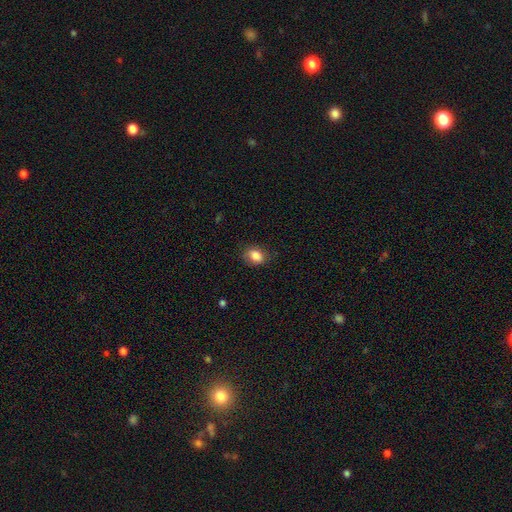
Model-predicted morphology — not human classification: This appears to be a smooth galaxy with no disk features (84%) that is in between round and cigar-shaped (65%). Merging: none (77%).